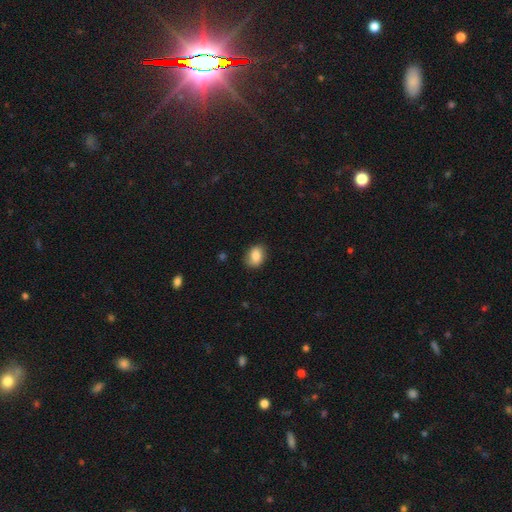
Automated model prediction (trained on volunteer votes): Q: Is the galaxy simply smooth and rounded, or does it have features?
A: smooth — 83%.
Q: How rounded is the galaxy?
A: in between — 66%.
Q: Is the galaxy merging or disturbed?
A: none — 80%.